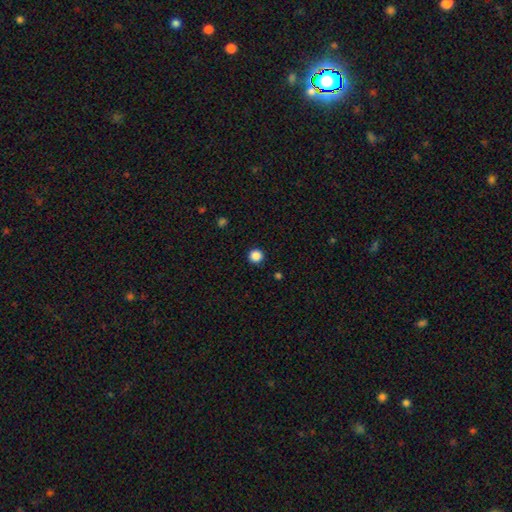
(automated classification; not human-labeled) A smooth galaxy with no disk features (86%) that is round (96%).

Vote fractions:
- Smooth or featured? smooth: 86% / star or artifact: 11% / featured or disk: 2%
- How rounded? round: 96% / in between: 3% / cigar-shaped: 1%
- Merging? none: 93% / minor disturbance: 4% / major disturbance: 2% / merger: 1%